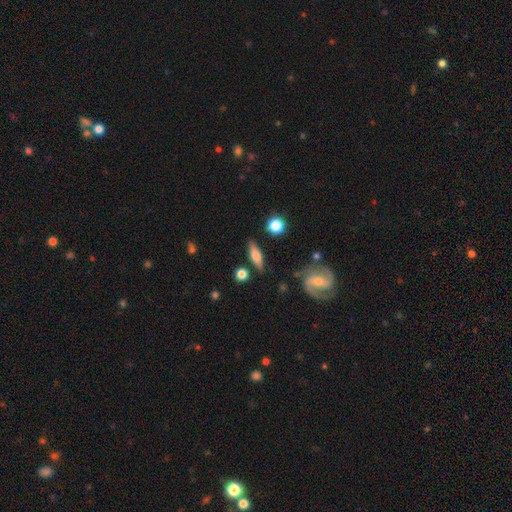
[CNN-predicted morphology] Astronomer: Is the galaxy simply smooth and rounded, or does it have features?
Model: smooth — 47% (runner-up: featured or disk, 46%).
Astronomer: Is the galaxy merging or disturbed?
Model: none — 81%.